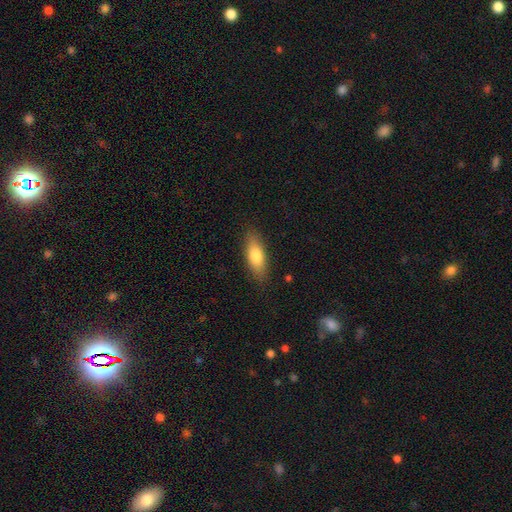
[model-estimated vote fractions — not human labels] Smooth or featured? smooth (77%)
How rounded? in between (65%)
Merging? none (85%)